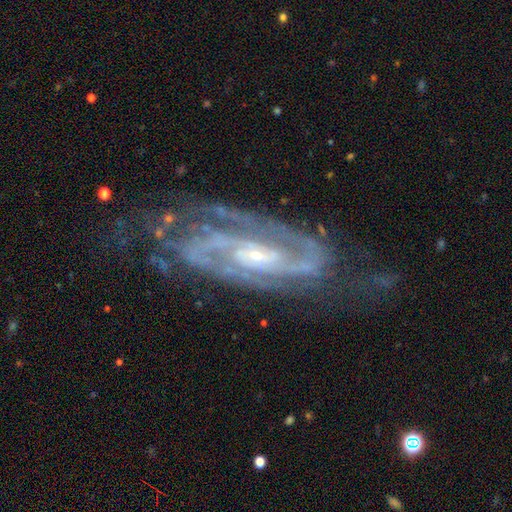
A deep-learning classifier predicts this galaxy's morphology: Smooth or featured? Predicted: featured or disk (p=0.91). Edge-on disk? Predicted: no (p=0.93). Bar? Predicted: weak (p=0.38). Spiral arms? Predicted: yes (p=0.98). Spiral winding? Predicted: tight (p=0.53). Spiral arm count? Predicted: 2 (p=0.68). Bulge size? Predicted: small (p=0.64). Merging? Predicted: none (p=0.68).